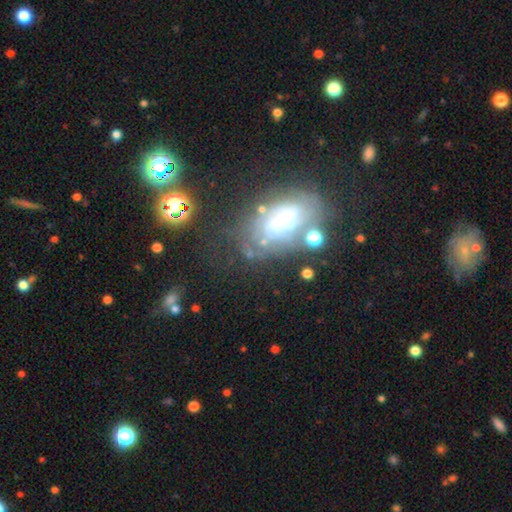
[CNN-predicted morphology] featured or disk 52%, smooth 28%, star or artifact 21%. Down the decision tree: edge-on disk — no (89%); merging — none (59%).